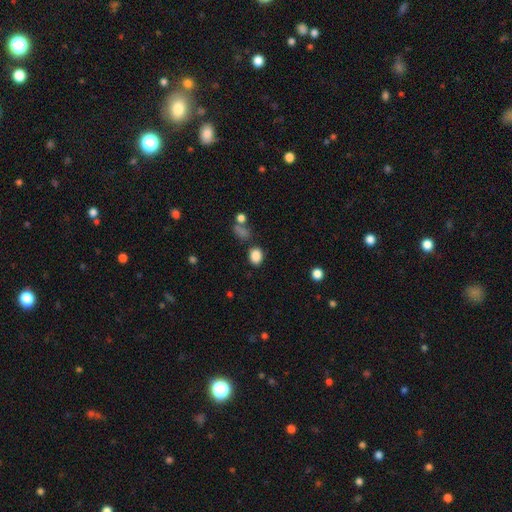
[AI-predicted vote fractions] Overall: smooth (85%). How rounded: in between (58%; round 41%). Merging: none (75%).